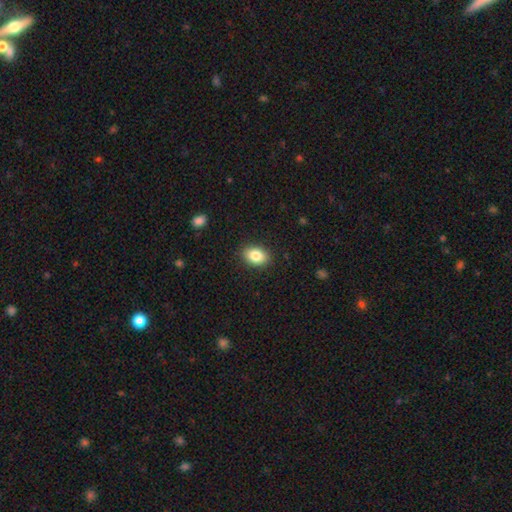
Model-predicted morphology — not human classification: Q: Smooth or featured?
A: smooth (84%); runner-up: star or artifact (8%)
Q: How rounded?
A: in between (80%); runner-up: round (18%)
Q: Merging?
A: none (89%); runner-up: minor disturbance (8%)